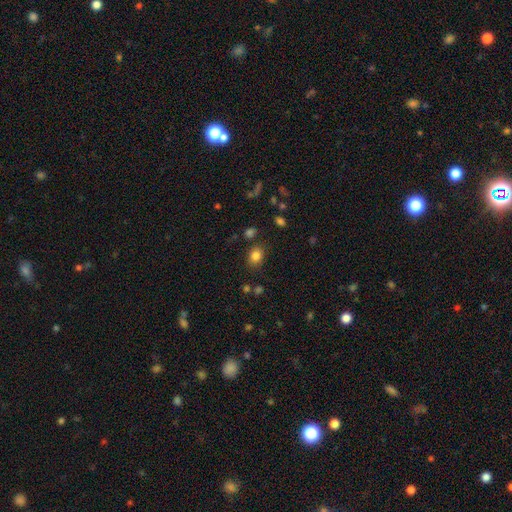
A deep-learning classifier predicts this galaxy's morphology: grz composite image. It shows a smooth galaxy with no disk features (83%) that is in between round and cigar-shaped (54%). Merging: none (80%).